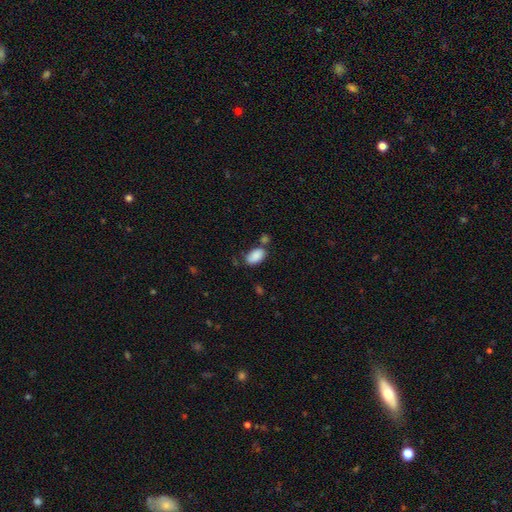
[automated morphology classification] Smooth or featured? smooth (89%)
How rounded? in between (94%)
Merging? none (65%)